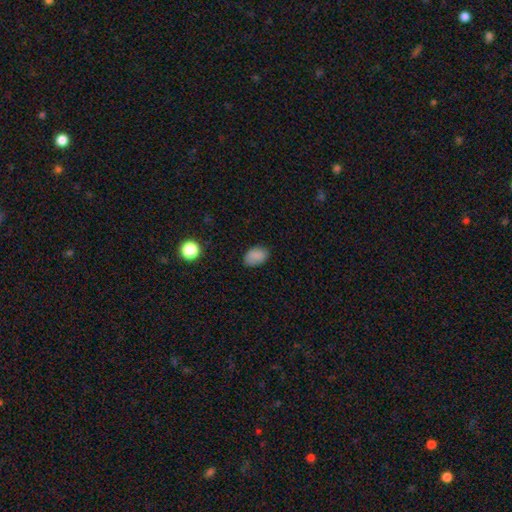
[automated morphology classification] smooth 85%, star or artifact 11%, featured or disk 5%. Down the decision tree: how rounded — in between (85%); merging — none (79%).